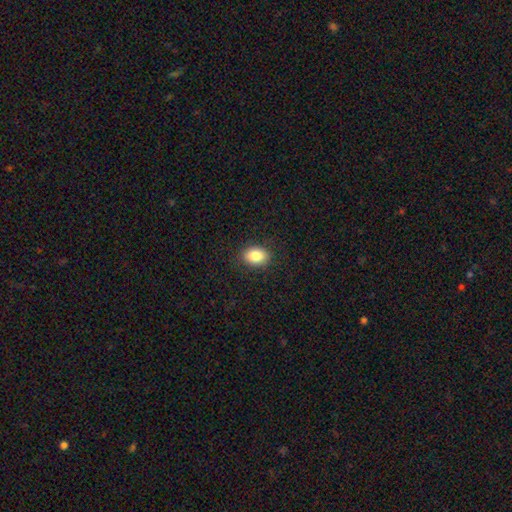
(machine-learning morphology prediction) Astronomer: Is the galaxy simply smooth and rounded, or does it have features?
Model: smooth — 85%.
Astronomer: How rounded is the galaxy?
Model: in between — 73%.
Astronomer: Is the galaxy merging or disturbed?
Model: none — 88%.